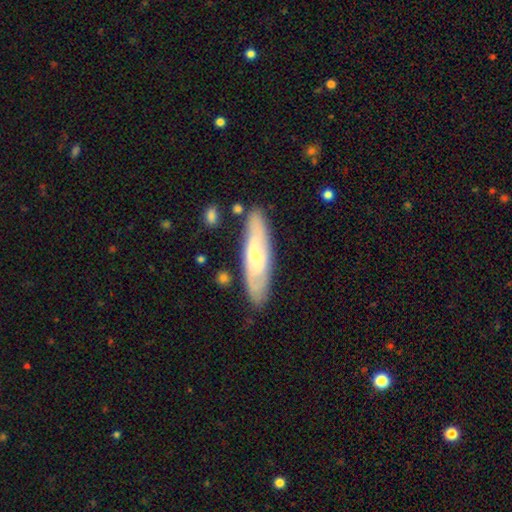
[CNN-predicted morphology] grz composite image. It shows a featured or disk galaxy (55%). Merging: none (81%).